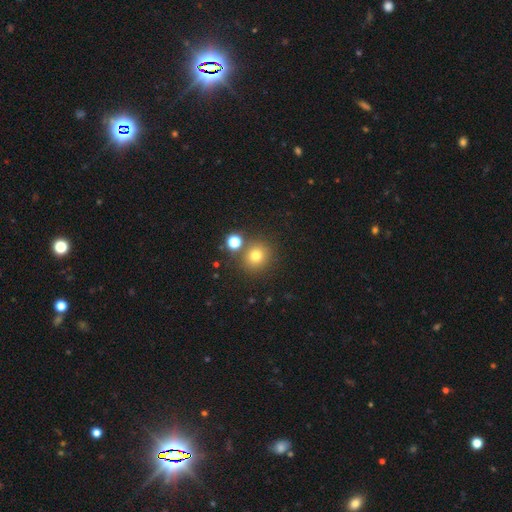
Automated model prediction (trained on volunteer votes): Smooth or featured?
  - smooth: 74% *
  - star or artifact: 17%
  - featured or disk: 8%
How rounded?
  - round: 90% *
  - in between: 9%
  - cigar-shaped: 1%
Merging?
  - none: 77% *
  - merger: 12%
  - minor disturbance: 8%
  - major disturbance: 3%